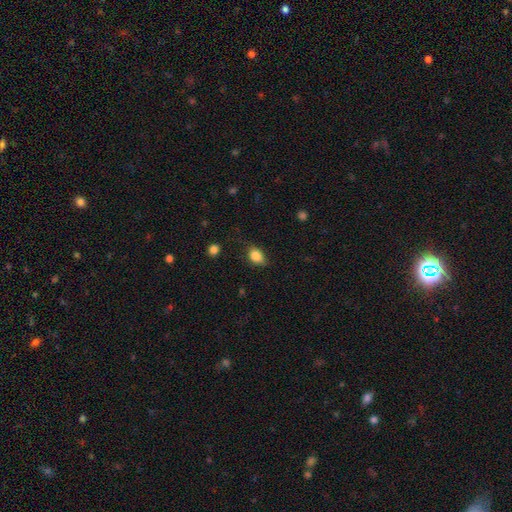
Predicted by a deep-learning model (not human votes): Smooth or featured? smooth (85%)
How rounded? in between (77%)
Merging? none (68%)